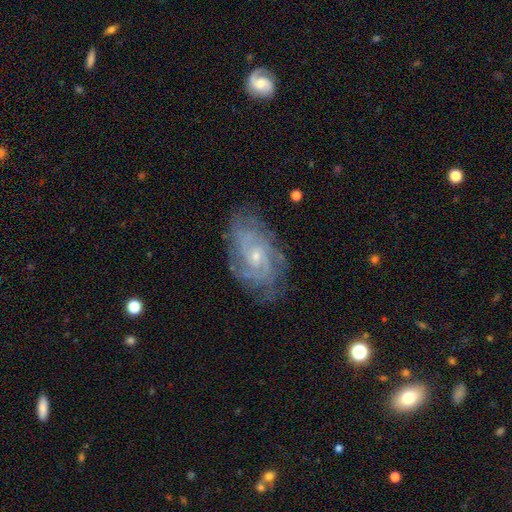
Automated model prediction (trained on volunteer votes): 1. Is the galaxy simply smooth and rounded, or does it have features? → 85% featured or disk, 9% smooth, 6% star or artifact.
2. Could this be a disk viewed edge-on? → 96% no, 4% yes.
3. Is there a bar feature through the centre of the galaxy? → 64% no, 31% weak, 5% strong.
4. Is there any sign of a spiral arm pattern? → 95% yes, 5% no.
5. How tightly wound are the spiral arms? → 64% tight, 30% medium, 6% loose.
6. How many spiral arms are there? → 35% can't tell, 18% 2, 17% 3, 16% 4, 7% more than 4, 6% 1.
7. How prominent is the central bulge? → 73% small, 23% moderate, 2% none, 1% large, 1% dominant.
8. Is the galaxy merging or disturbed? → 75% none, 17% minor disturbance, 6% major disturbance, 1% merger.